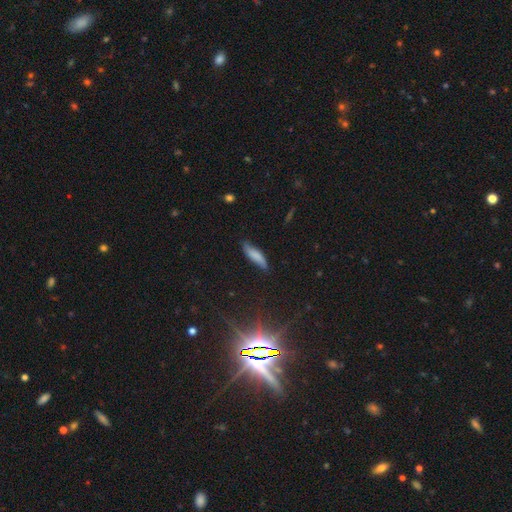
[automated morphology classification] Smooth or featured: smooth — 73% (featured or disk — 19%)
How rounded: cigar-shaped — 65% (in between — 33%)
Merging: none — 72% (minor disturbance — 23%)